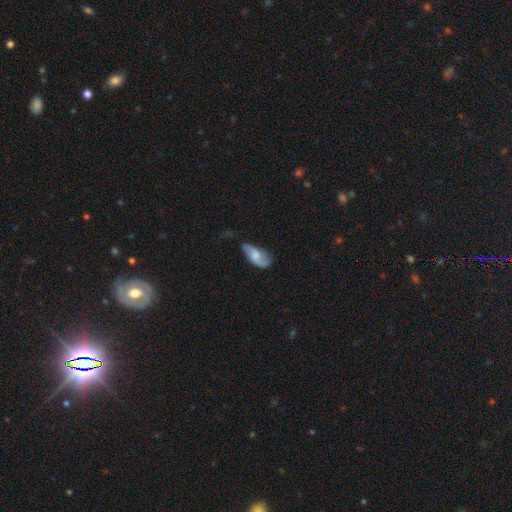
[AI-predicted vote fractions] This appears to be a featured or disk galaxy (50%). Merging: none (53%).